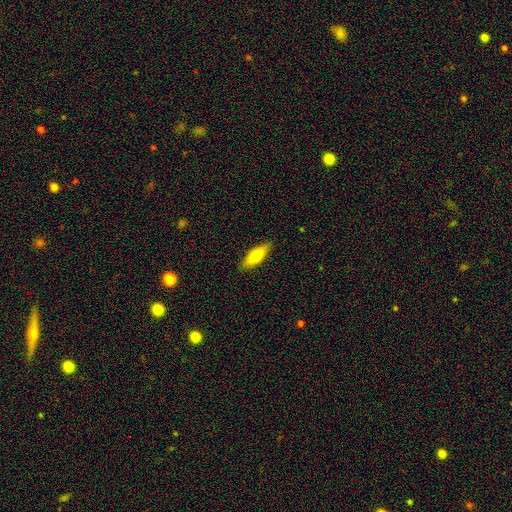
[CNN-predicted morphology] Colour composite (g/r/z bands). It shows a smooth galaxy with no disk features (70%) that is in between round and cigar-shaped (54%). Merging: none (89%).